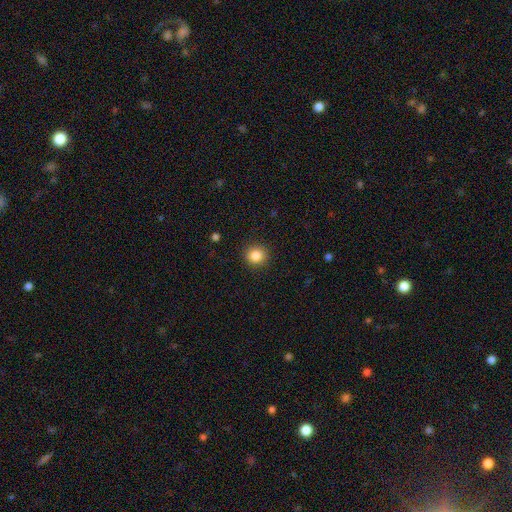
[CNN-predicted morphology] smooth-or-featured: smooth: 85% | star or artifact: 10% | featured or disk: 5%
  how-rounded: round: 91% | in between: 8% | cigar-shaped: 1%
  merging: none: 91% | minor disturbance: 6% | major disturbance: 2% | merger: 1%